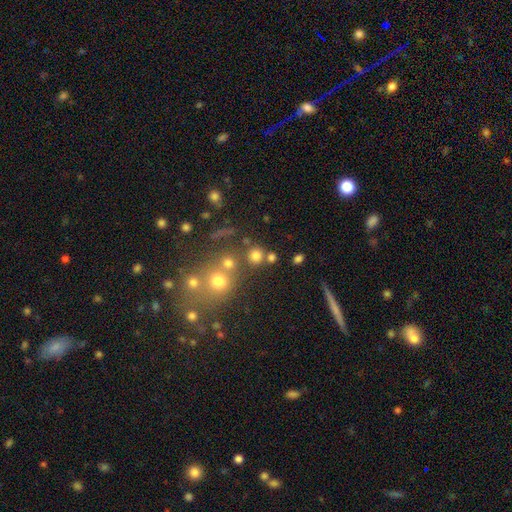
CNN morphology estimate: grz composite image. It shows a smooth galaxy with no disk features (75%) that is round (91%). Merging: none (72%).